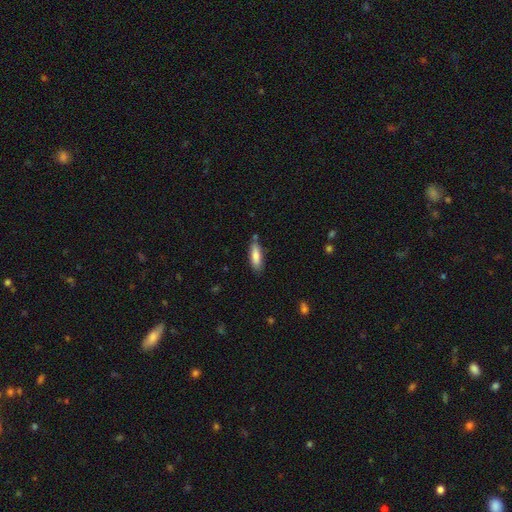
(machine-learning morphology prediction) Smooth or featured? smooth (80%)
How rounded? cigar-shaped (49%, tied with in between)
Merging? none (76%)